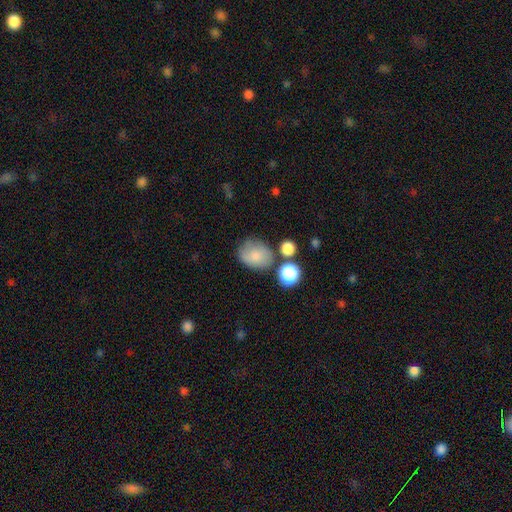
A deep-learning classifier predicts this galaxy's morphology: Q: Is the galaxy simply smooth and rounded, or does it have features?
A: smooth — 78%.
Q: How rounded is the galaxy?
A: in between — 53%.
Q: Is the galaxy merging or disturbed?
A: none — 61%.